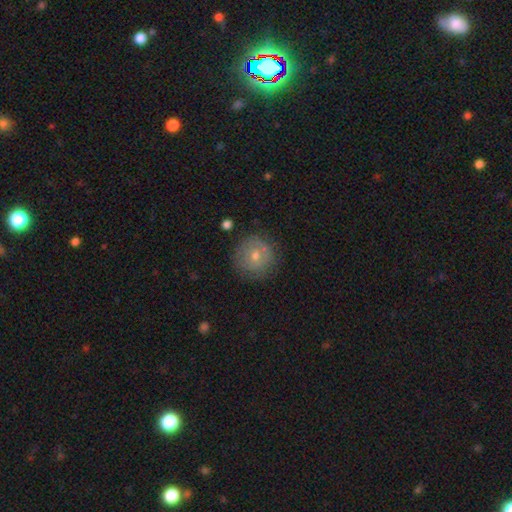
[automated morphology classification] Smooth or featured? smooth (54%)
How rounded? round (94%)
Merging? none (82%)